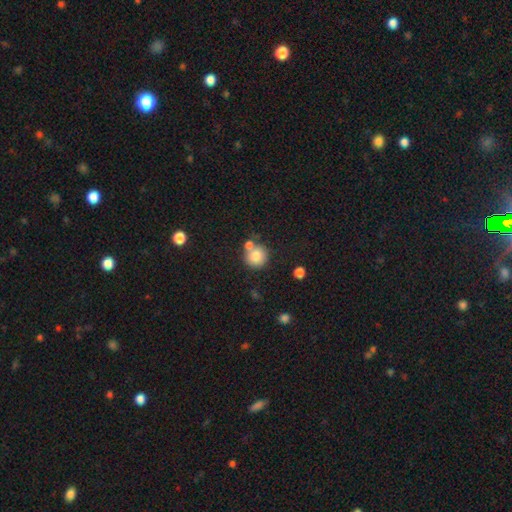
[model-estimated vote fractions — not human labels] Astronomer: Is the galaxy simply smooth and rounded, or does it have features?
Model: smooth — 81%.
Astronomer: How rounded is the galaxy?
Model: round — 91%.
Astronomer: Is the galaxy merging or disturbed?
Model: none — 60%.